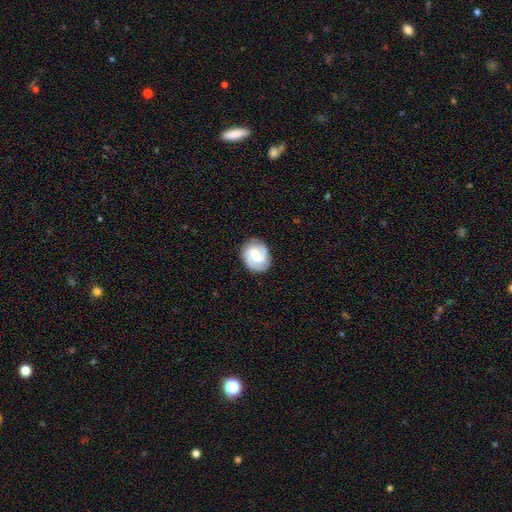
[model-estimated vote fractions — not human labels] Morphology: type=featured or disk (68%); edge-on=no (98%); bar=weak (53%); spiral arms=yes (94%); winding=medium (43%); arm count=2 (66%); bulge=moderate (40%); merging=none (82%).